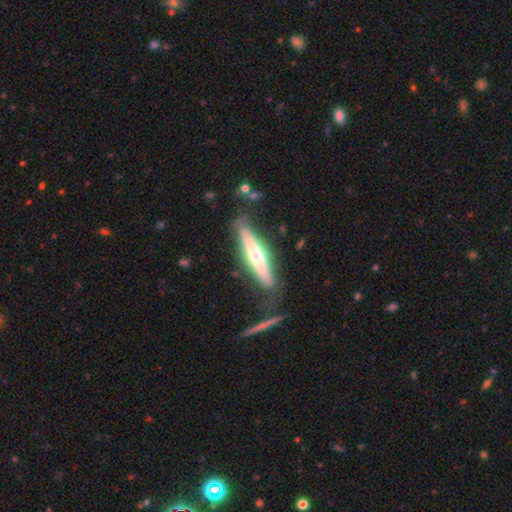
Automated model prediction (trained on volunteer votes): Smooth or featured?
  - featured or disk: 53% *
  - smooth: 41%
  - star or artifact: 6%
Edge-on disk?
  - yes: 88% *
  - no: 12%
Merging?
  - none: 75% *
  - minor disturbance: 15%
  - major disturbance: 5%
  - merger: 5%